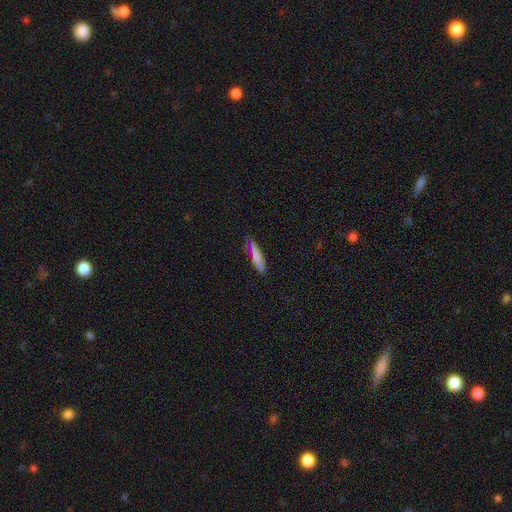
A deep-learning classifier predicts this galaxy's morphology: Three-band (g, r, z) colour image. It shows a smooth galaxy with no disk features (80%) that is cigar-shaped (86%). Merging: none (78%).